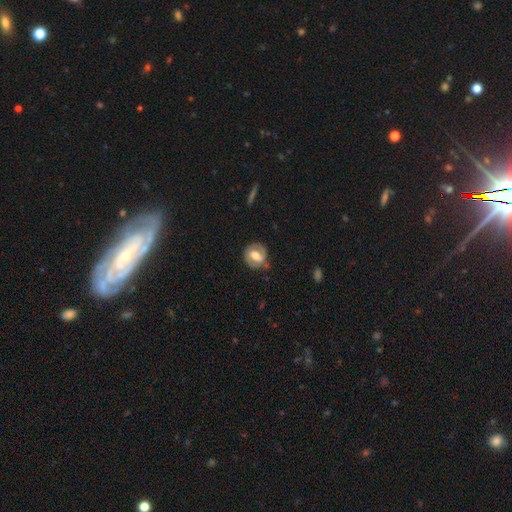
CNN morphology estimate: A featured or disk galaxy (65%) with a weak bar (43%), spiral arms (75%) and a moderate central bulge (61%).

Vote fractions:
- Smooth or featured? featured or disk: 65% / smooth: 29% / star or artifact: 6%
- Edge-on disk? no: 96% / yes: 4%
- Bar? weak: 43% / strong: 35% / no: 22%
- Spiral arms? yes: 75% / no: 25%
- Bulge size? moderate: 61% / large: 23% / small: 13% / none: 2% / dominant: 2%
- Merging? none: 76% / minor disturbance: 16% / major disturbance: 6% / merger: 2%